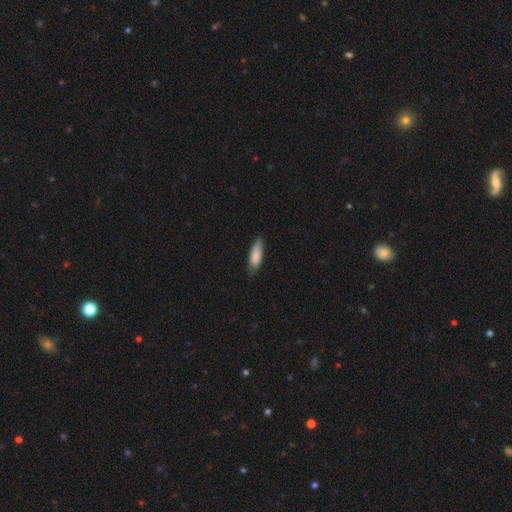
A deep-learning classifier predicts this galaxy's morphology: A smooth galaxy with no disk features (84%) that is in between round and cigar-shaped (53%).

Vote fractions:
- Smooth or featured? smooth: 84% / featured or disk: 10% / star or artifact: 6%
- How rounded? in between: 53% / cigar-shaped: 45% / round: 2%
- Merging? none: 75% / minor disturbance: 21% / major disturbance: 3% / merger: 1%